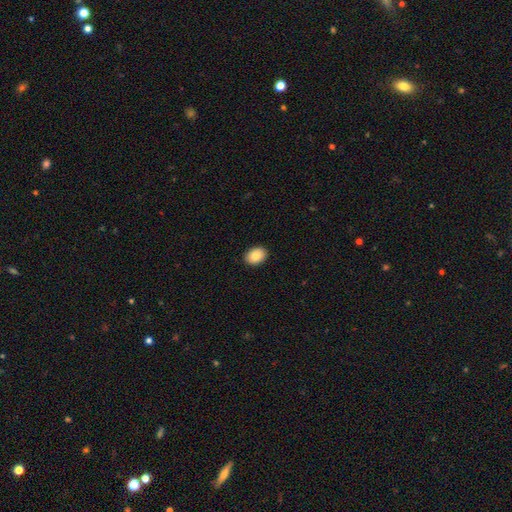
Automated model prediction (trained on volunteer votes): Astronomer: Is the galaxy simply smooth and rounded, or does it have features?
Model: smooth — 89%.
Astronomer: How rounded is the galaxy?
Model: in between — 74%.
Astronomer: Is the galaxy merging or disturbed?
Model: none — 90%.